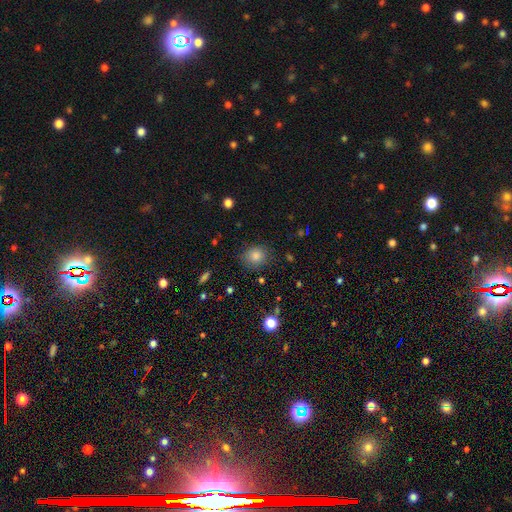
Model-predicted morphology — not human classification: A smooth galaxy with no disk features (81%) that is round (79%). Merging: none (83%).